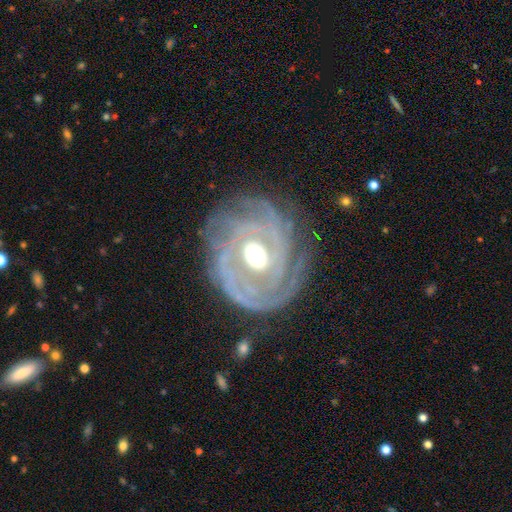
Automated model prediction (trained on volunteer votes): Smooth or featured? Predicted: featured or disk (p=0.88). Edge-on disk? Predicted: no (p=0.97). Bar? Predicted: no (p=0.67). Spiral arms? Predicted: yes (p=0.89). Spiral winding? Predicted: tight (p=0.63). Spiral arm count? Predicted: 2 (p=0.31). Bulge size? Predicted: moderate (p=0.67). Merging? Predicted: none (p=0.63).